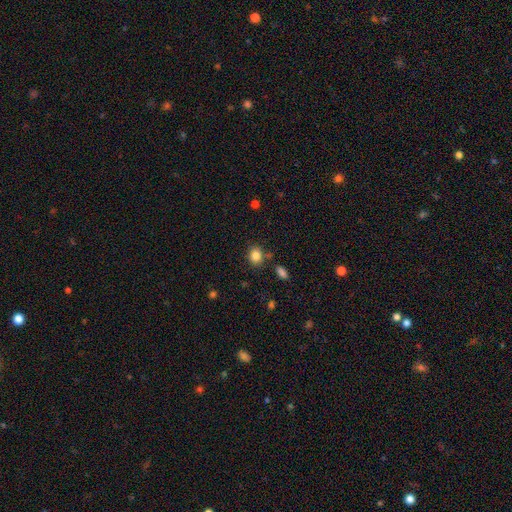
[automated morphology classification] smooth 84%, star or artifact 11%, featured or disk 5%. Down the decision tree: how rounded — round (56%); merging — none (78%).